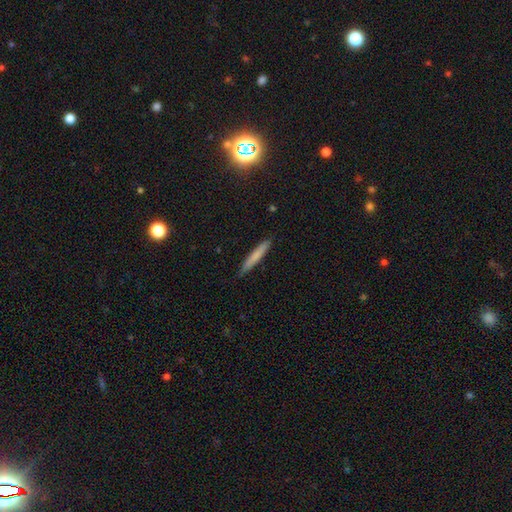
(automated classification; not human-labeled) Overall: smooth (75%). How rounded: cigar-shaped (95%). Merging: none (87%).